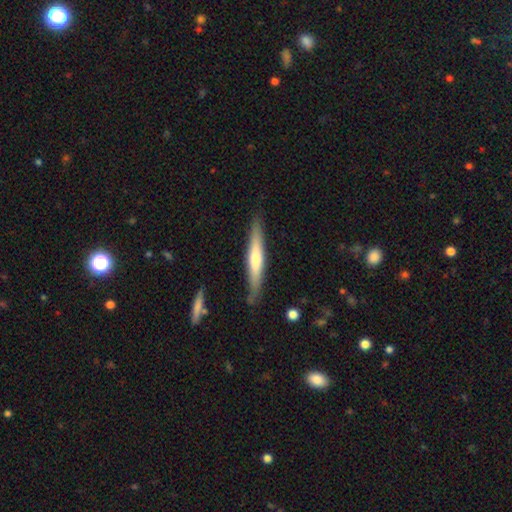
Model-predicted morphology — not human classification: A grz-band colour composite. It shows a featured or disk galaxy (50%). Merging: none (84%).